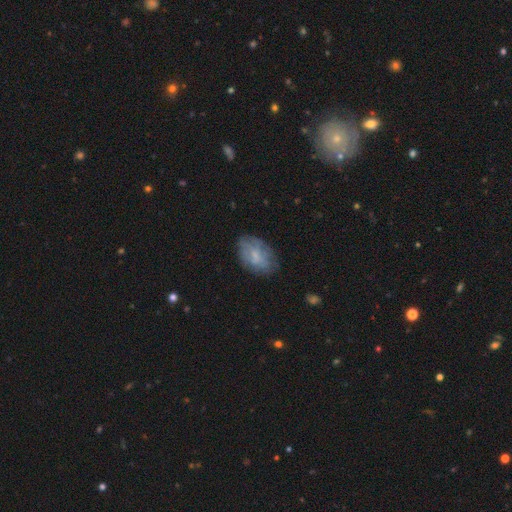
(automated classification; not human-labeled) Overall: smooth (56%; featured or disk 36%). How rounded: in between (89%). Merging: none (68%).